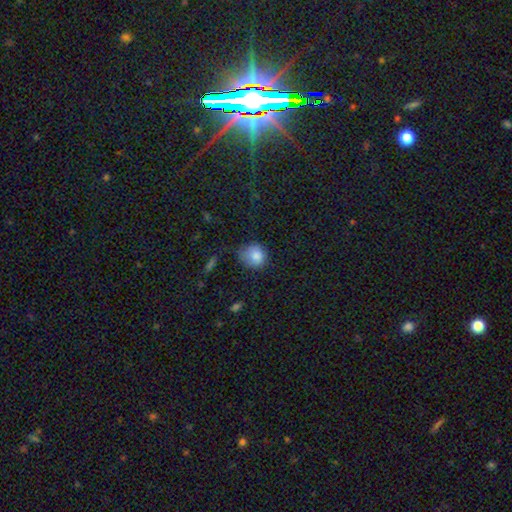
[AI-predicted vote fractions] Q: Smooth or featured?
A: smooth (84%); runner-up: star or artifact (9%)
Q: How rounded?
A: round (79%); runner-up: in between (20%)
Q: Merging?
A: none (56%); runner-up: minor disturbance (32%)